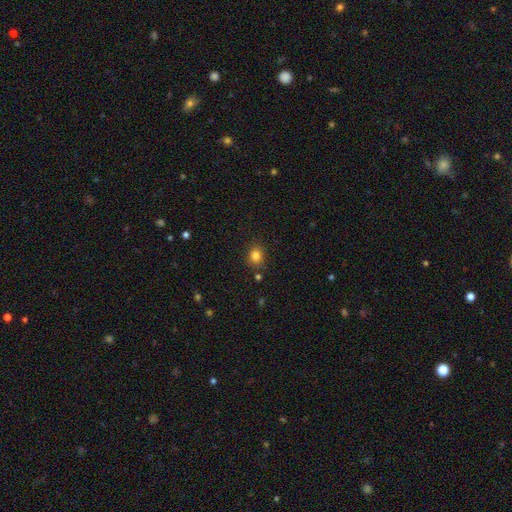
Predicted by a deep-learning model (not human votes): This is clearly a smooth galaxy (82%). How rounded: likely round (64%). Merging: clearly none (83%).